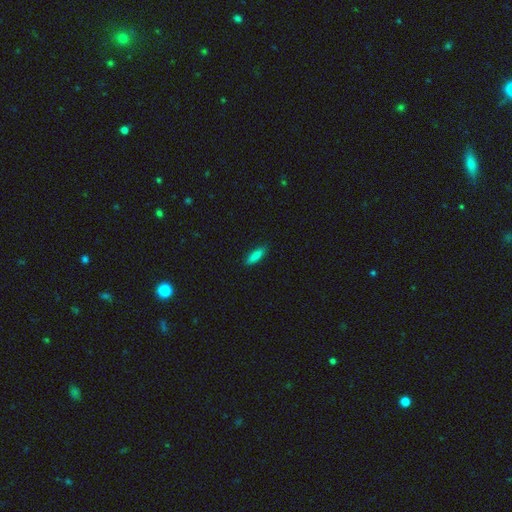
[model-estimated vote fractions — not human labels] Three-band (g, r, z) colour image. It shows a smooth galaxy with no disk features (85%) that is cigar-shaped (56%). Merging: none (87%).